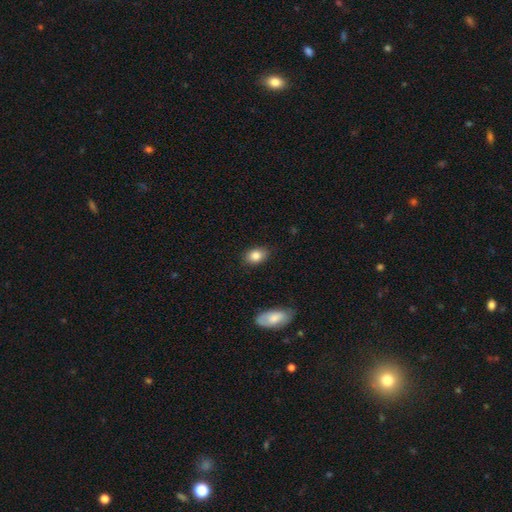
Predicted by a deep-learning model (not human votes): Smooth or featured? smooth (85%)
How rounded? in between (80%)
Merging? none (85%)